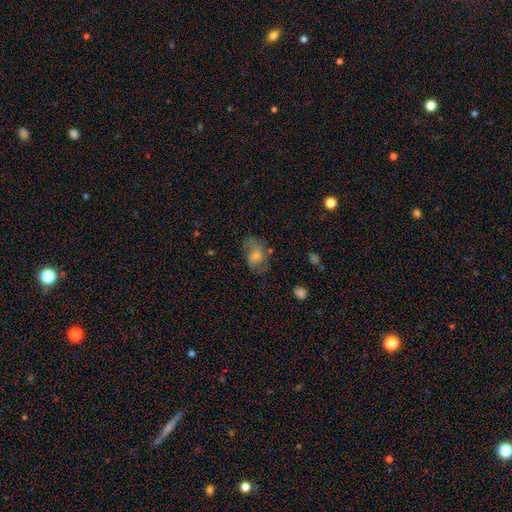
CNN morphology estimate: This is possibly a featured or disk galaxy (52%). It is clearly not viewed edge-on (96%). Merging: likely none (63%).